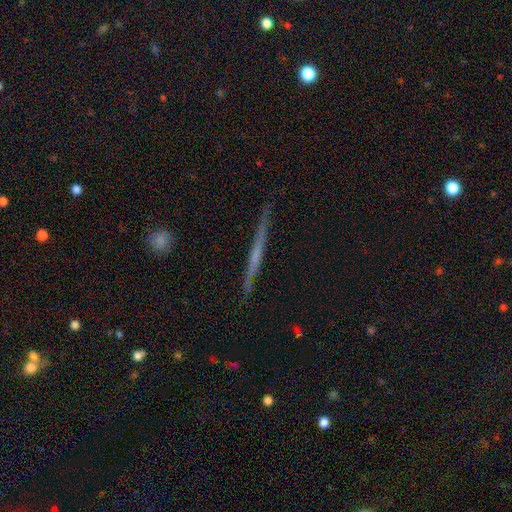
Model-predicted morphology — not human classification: Smooth or featured? Predicted: featured or disk (p=0.62). Edge-on disk? Predicted: yes (p=0.97). Edge-on bulge? Predicted: none (p=0.79). Merging? Predicted: none (p=0.88).